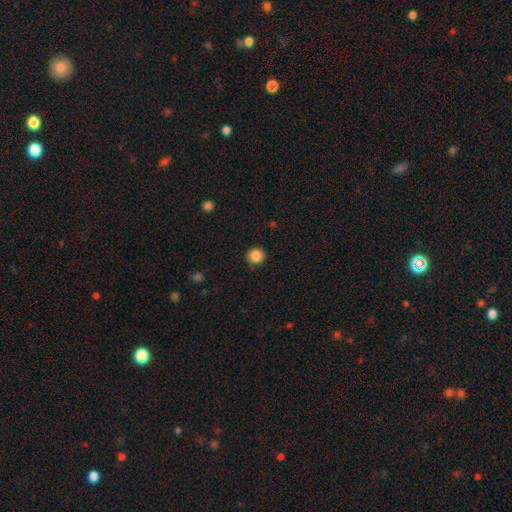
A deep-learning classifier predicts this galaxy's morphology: A smooth galaxy with no disk features (86%) that is round (94%).

Vote fractions:
- Smooth or featured? smooth: 86% / star or artifact: 11% / featured or disk: 4%
- How rounded? round: 94% / in between: 5% / cigar-shaped: 1%
- Merging? none: 90% / minor disturbance: 7% / major disturbance: 2% / merger: 1%